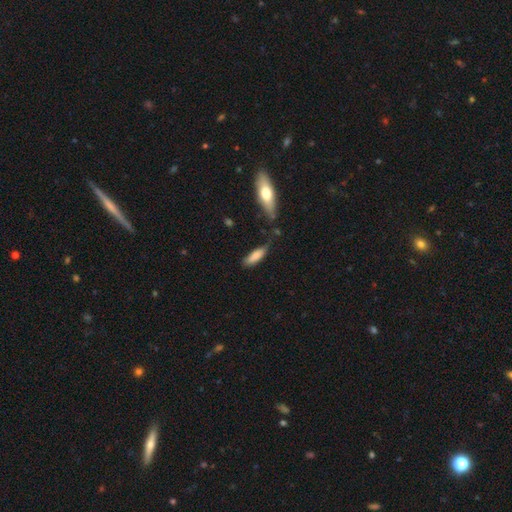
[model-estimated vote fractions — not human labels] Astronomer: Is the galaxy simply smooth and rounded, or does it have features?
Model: smooth — 82%.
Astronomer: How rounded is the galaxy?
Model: in between — 50% (runner-up: cigar-shaped, 48%).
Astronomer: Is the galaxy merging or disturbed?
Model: none — 56%.